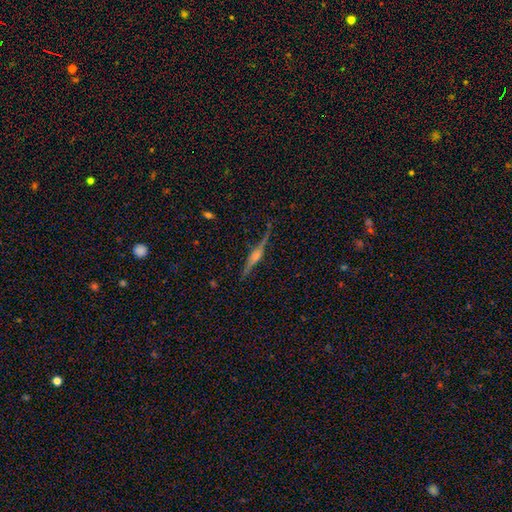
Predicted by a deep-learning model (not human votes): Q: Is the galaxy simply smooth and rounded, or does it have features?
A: featured or disk — 82%.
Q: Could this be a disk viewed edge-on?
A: yes — 97%.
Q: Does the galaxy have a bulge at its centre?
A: rounded — 76%.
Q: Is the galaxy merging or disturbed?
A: none — 86%.